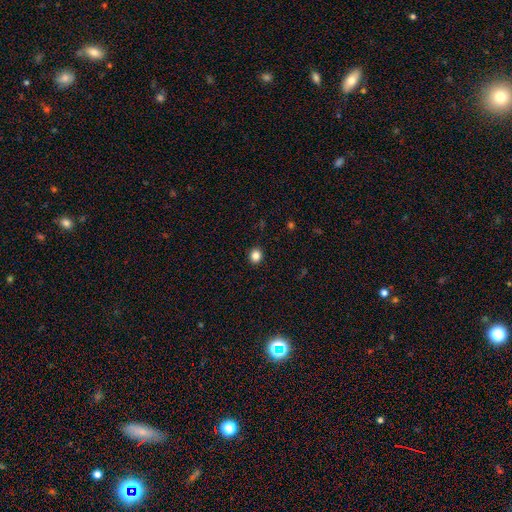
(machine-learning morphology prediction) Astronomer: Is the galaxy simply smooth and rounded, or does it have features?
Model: smooth — 85%.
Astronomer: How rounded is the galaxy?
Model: round — 79%.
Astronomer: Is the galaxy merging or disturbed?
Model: none — 91%.